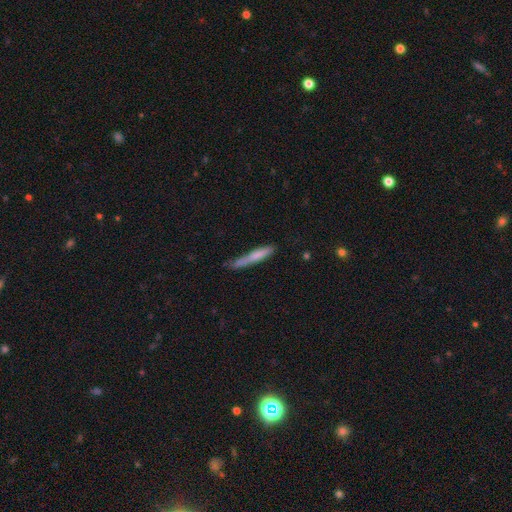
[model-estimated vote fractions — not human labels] smooth_or_featured: smooth (p=0.69) [alt: featured or disk p=0.25]
how_rounded: cigar-shaped (p=0.94) [alt: in between p=0.05]
merging: none (p=0.60) [alt: minor disturbance p=0.27]